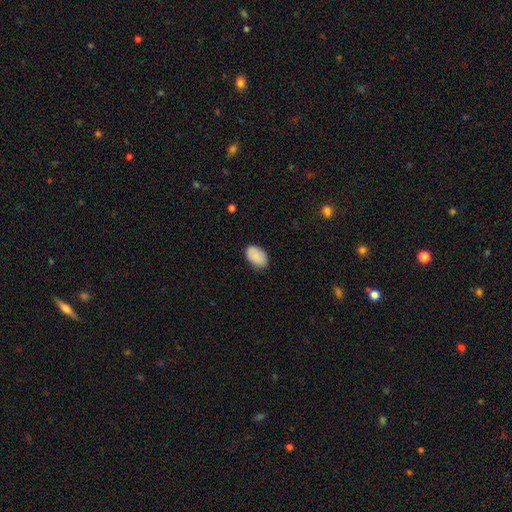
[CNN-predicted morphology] smooth-or-featured: smooth: 89% | star or artifact: 7% | featured or disk: 5%
  how-rounded: in between: 91% | round: 8% | cigar-shaped: 1%
  merging: none: 84% | minor disturbance: 13% | major disturbance: 2% | merger: 1%